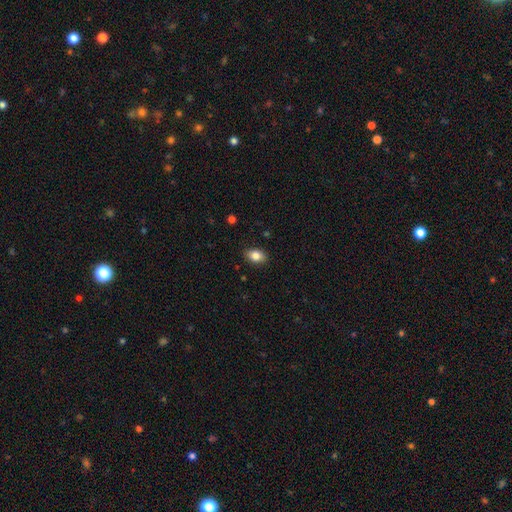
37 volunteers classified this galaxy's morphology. type=smooth (89%); roundness=in between (85%); merging=none (84%).